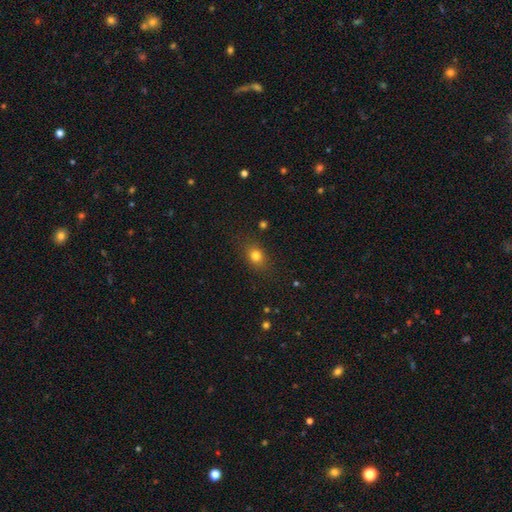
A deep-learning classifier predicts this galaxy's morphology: type=smooth (79%); roundness=in between (54%); merging=none (82%).